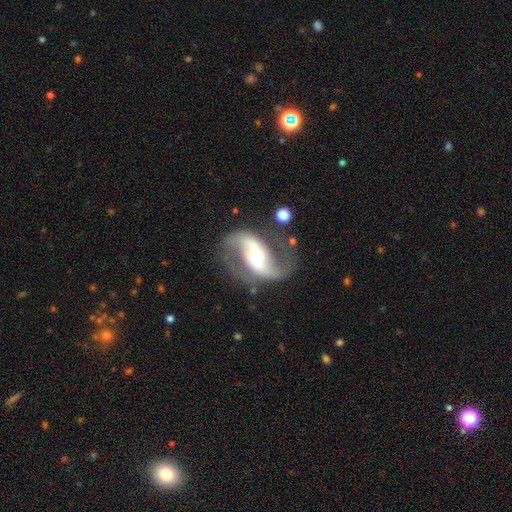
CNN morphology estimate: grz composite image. It shows a featured or disk galaxy (90%) with a strong bar (42%), 2 (93%) loose (50%) spiral arms (96%) and a moderate central bulge (59%). Merging: none (73%).